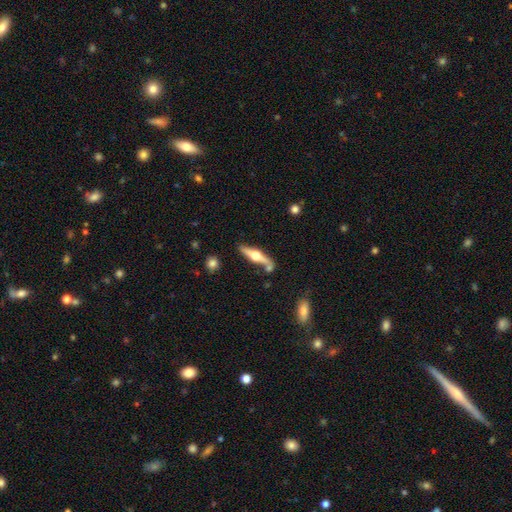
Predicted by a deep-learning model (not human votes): The model was most divided on "smooth or featured": featured or disk: 66%, smooth: 29%, star or artifact: 5%. More confident: edge-on bulge — rounded (95%); edge-on disk — yes (95%); merging — none (73%).